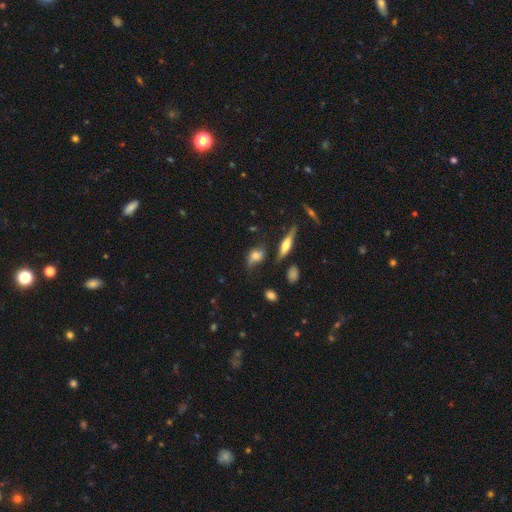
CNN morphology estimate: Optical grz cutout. It shows a smooth galaxy with no disk features (52%) that is in between round and cigar-shaped (65%). Merging: none (46%).